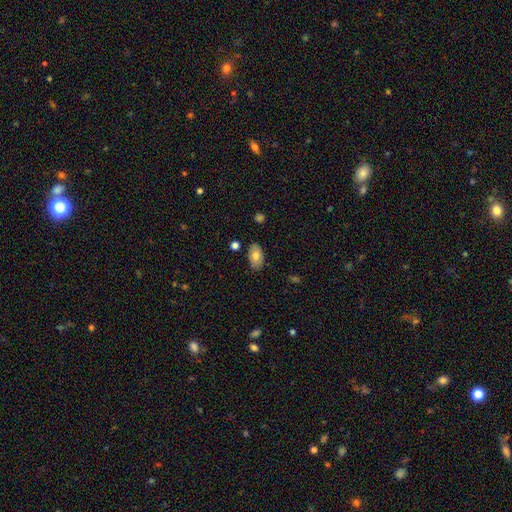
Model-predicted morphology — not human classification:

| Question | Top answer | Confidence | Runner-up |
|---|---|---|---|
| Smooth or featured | smooth | 74% | featured or disk (19%) |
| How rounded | in between | 93% | round (5%) |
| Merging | none | 82% | minor disturbance (14%) |